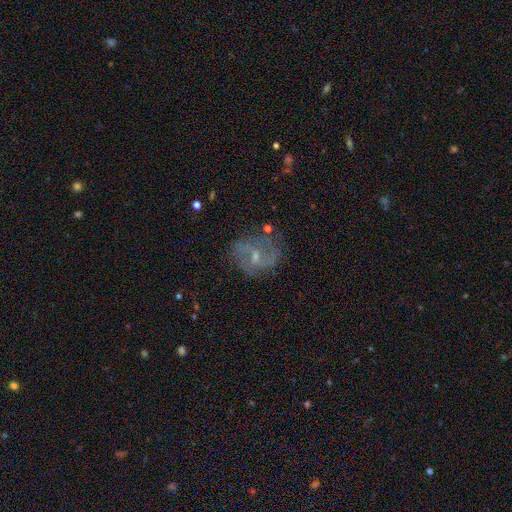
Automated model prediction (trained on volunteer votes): A featured or disk galaxy (73%) with a weak bar (48%), 2 (66%) medium (46%) spiral arms (86%) and a small central bulge (58%).

Vote fractions:
- Smooth or featured? featured or disk: 73% / smooth: 16% / star or artifact: 10%
- Edge-on disk? no: 97% / yes: 3%
- Bar? weak: 48% / no: 41% / strong: 11%
- Spiral arms? yes: 86% / no: 14%
- Spiral winding? medium: 46% / loose: 35% / tight: 19%
- Spiral arm count? 2: 66% / can't tell: 17% / 3: 7% / 1: 5% / 4: 3% / more than 4: 2%
- Bulge size? small: 58% / moderate: 34% / none: 6% / large: 1% / dominant: 1%
- Merging? none: 66% / minor disturbance: 19% / major disturbance: 12% / merger: 3%